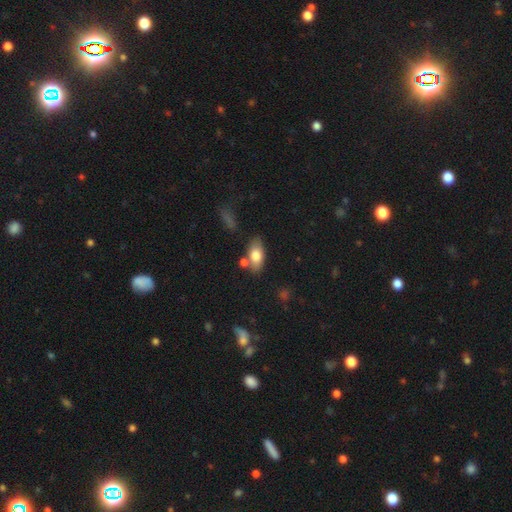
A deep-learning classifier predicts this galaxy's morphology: type=smooth (77%); roundness=in between (89%); merging=none (69%).